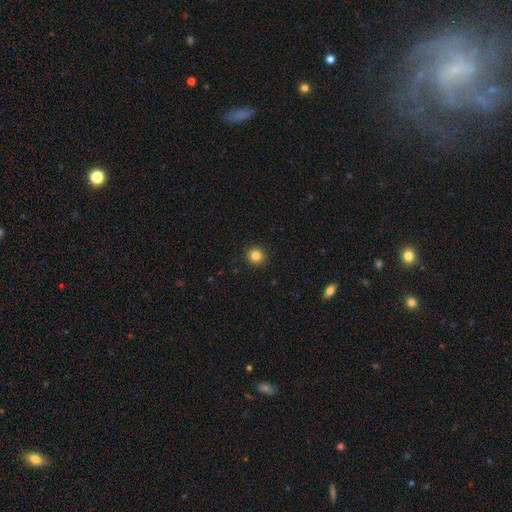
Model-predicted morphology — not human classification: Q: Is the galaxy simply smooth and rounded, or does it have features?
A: smooth — 83%.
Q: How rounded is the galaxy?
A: round — 93%.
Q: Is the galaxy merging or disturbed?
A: none — 93%.